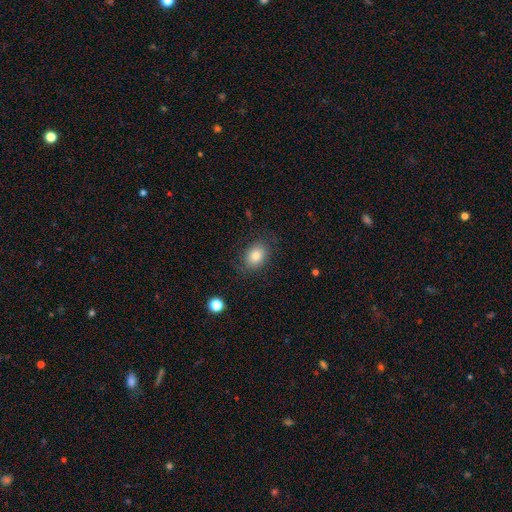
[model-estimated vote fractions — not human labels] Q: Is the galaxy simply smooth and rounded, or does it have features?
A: smooth — 80%.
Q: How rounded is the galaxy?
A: in between — 69%.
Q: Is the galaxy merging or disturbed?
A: none — 78%.